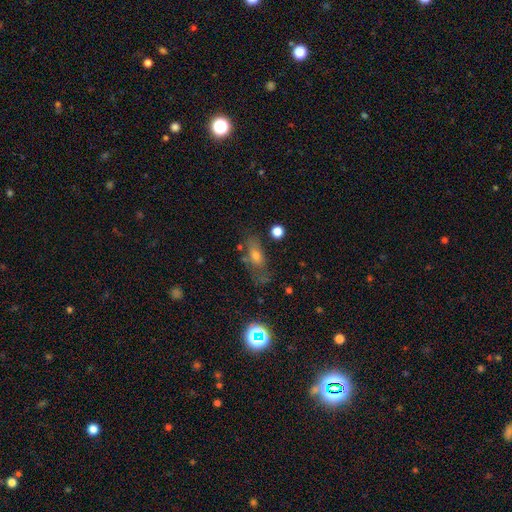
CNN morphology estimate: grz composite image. It shows a smooth galaxy with no disk features (51%) that is in between round and cigar-shaped (72%). Merging: none (57%).